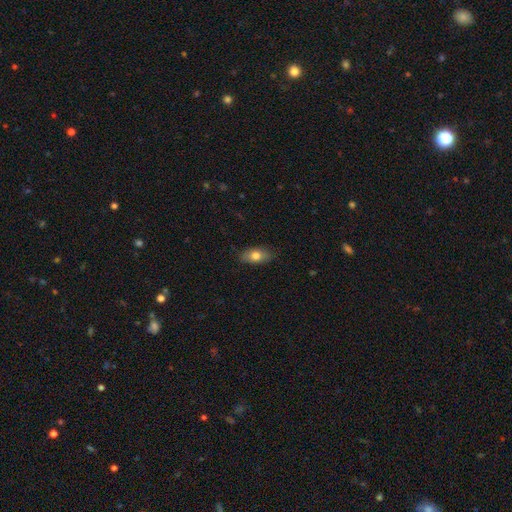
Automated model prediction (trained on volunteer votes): A smooth galaxy with no disk features (77%) that is in between round and cigar-shaped (87%).

Vote fractions:
- Smooth or featured? smooth: 77% / featured or disk: 16% / star or artifact: 8%
- How rounded? in between: 87% / round: 7% / cigar-shaped: 6%
- Merging? none: 84% / minor disturbance: 13% / major disturbance: 2% / merger: 1%